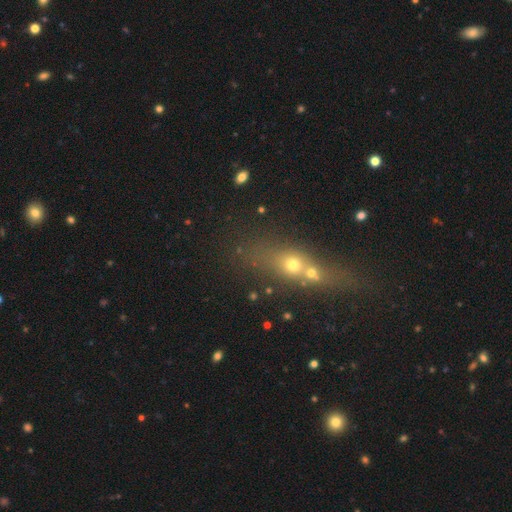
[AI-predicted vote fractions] smooth-or-featured: smooth: 45% | featured or disk: 31% | star or artifact: 25%
  merging: merger: 55% | none: 31% | minor disturbance: 8% | major disturbance: 6%